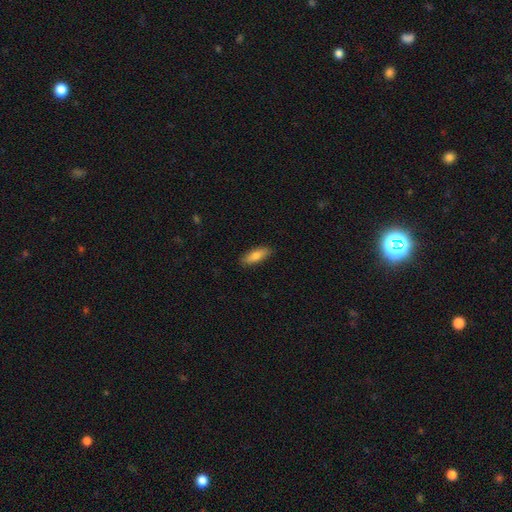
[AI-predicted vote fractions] This appears to be a smooth galaxy with no disk features (79%) that is in between round and cigar-shaped (58%). Merging: none (88%).